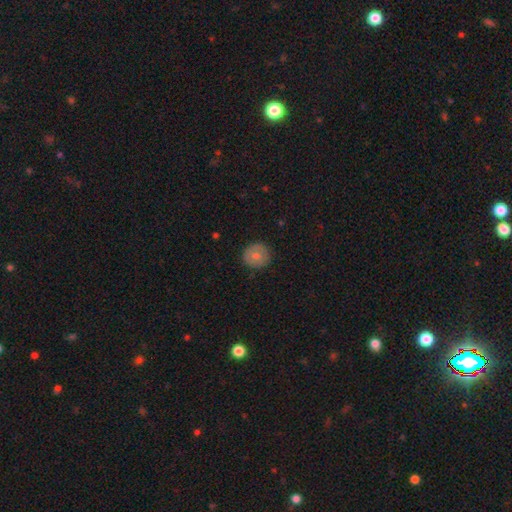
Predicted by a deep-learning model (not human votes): The model was most divided on "smooth or featured": smooth: 69%, featured or disk: 23%, star or artifact: 8%. More confident: how rounded — round (92%); merging — none (88%).